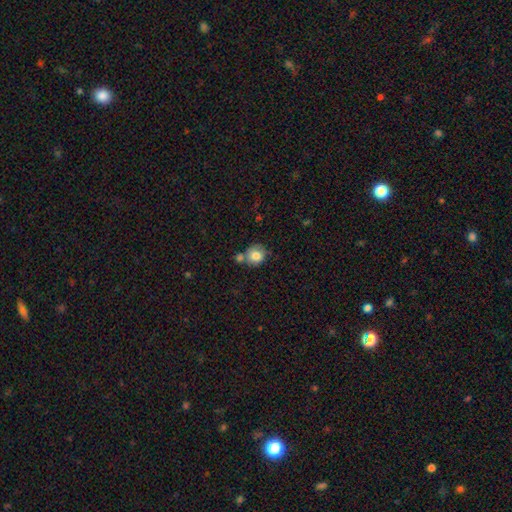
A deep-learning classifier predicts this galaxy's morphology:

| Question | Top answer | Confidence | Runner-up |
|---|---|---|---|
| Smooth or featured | smooth | 81% | featured or disk (10%) |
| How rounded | round | 85% | in between (14%) |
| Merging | none | 53% | merger (27%) |